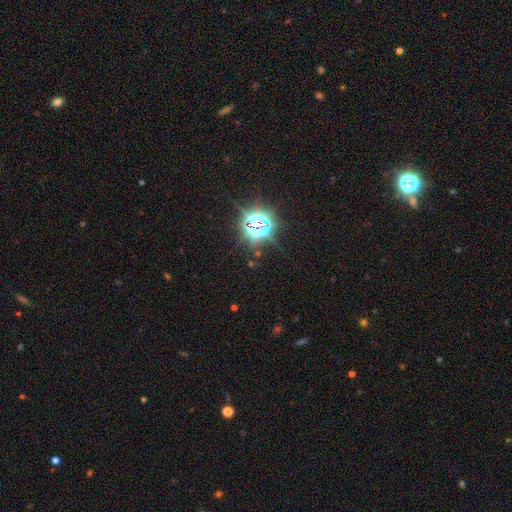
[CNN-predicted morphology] star or artifact 82%, smooth 13%, featured or disk 6%.